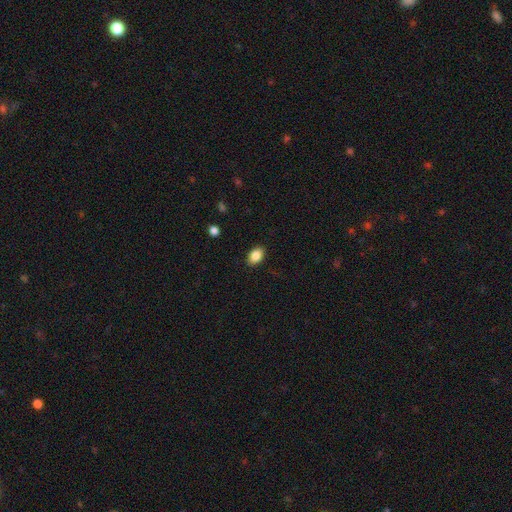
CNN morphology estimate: smooth-or-featured: smooth: 87% | star or artifact: 8% | featured or disk: 5%
  how-rounded: in between: 84% | round: 15% | cigar-shaped: 1%
  merging: none: 89% | minor disturbance: 8% | major disturbance: 2% | merger: 1%